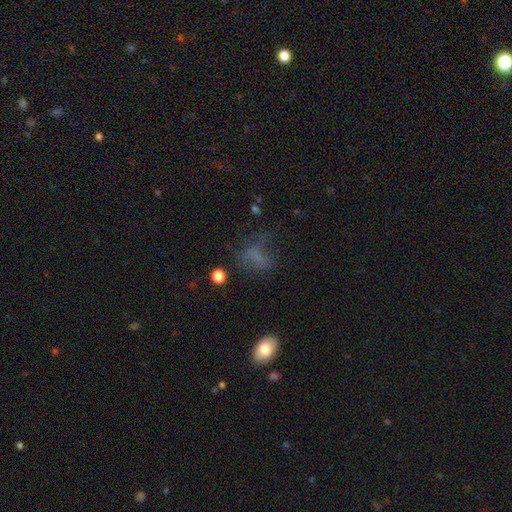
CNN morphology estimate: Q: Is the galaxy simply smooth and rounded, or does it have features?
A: smooth — 53%.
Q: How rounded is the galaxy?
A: in between — 65%.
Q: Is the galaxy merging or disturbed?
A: none — 39%.